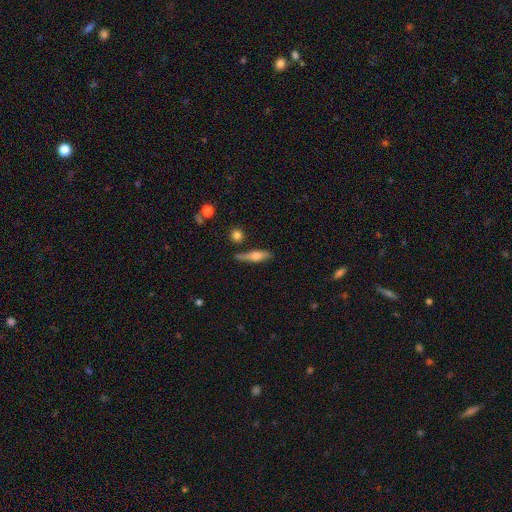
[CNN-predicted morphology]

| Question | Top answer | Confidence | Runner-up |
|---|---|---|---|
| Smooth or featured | smooth | 48% | featured or disk (45%) |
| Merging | none | 70% | minor disturbance (18%) |